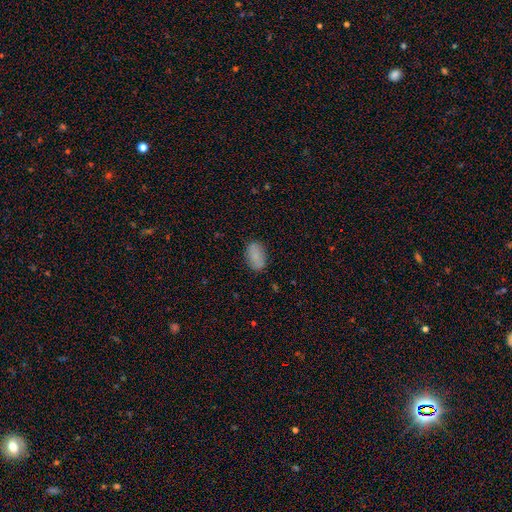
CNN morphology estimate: smooth 84%, featured or disk 8%, star or artifact 8%. Down the decision tree: how rounded — in between (91%); merging — none (85%).